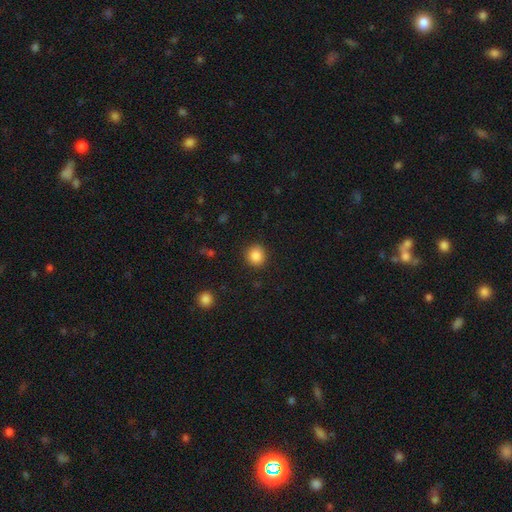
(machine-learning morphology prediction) Smooth or featured?
  - smooth: 86% *
  - star or artifact: 10%
  - featured or disk: 4%
How rounded?
  - round: 89% *
  - in between: 10%
  - cigar-shaped: 1%
Merging?
  - none: 90% *
  - minor disturbance: 7%
  - major disturbance: 2%
  - merger: 1%